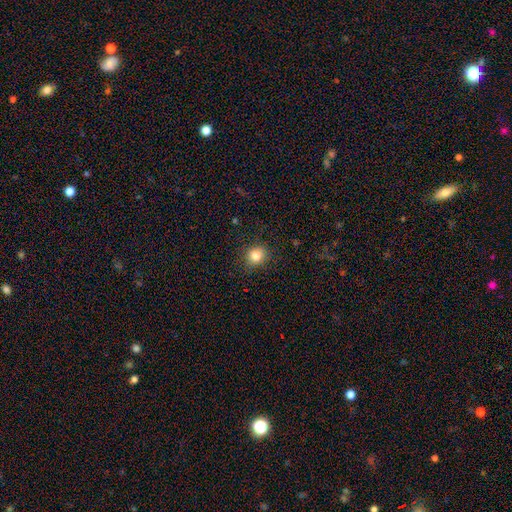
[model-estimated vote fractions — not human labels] smooth 83%, star or artifact 11%, featured or disk 6%. Down the decision tree: how rounded — round (75%); merging — none (87%).